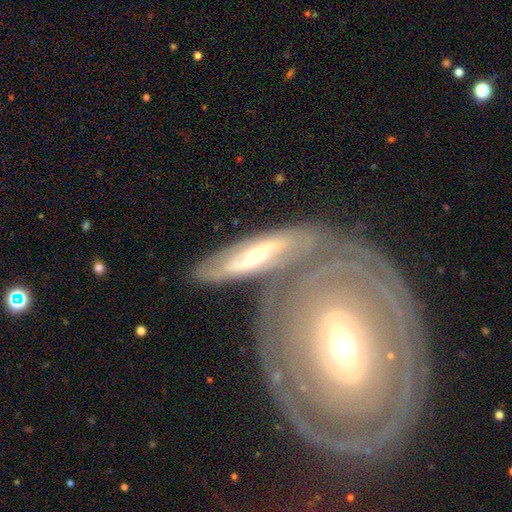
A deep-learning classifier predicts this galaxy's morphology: A featured or disk galaxy (74%) with a strong bar (38%), spiral arms (79%) and a moderate central bulge (52%). Merging: none (48%).